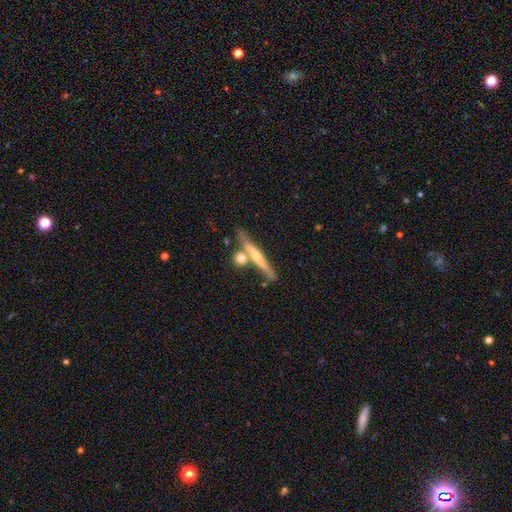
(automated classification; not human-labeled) featured or disk 54%, smooth 39%, star or artifact 7%. Down the decision tree: edge-on disk — yes (93%); edge-on bulge — rounded (64%); merging — none (67%).